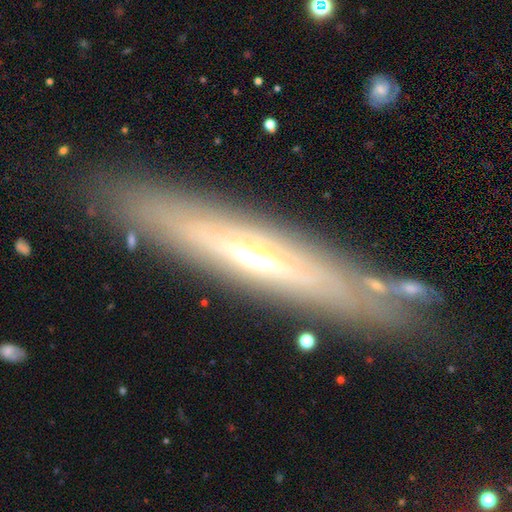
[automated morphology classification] This is likely a featured or disk galaxy (69%). It is likely viewed edge-on (75%). Edge-on bulge: likely rounded (75%). Merging: clearly none (81%).